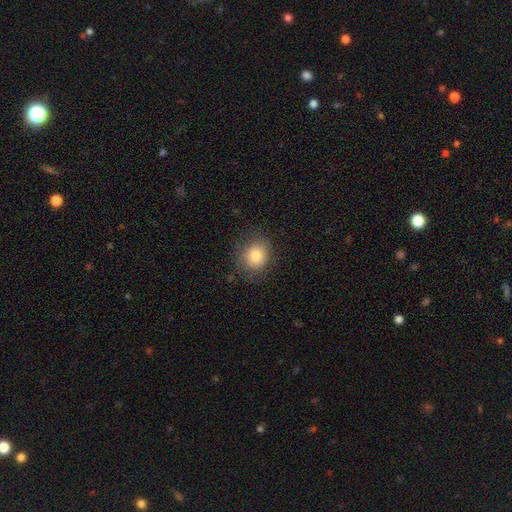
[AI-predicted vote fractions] Smooth or featured? smooth (79%)
How rounded? round (76%)
Merging? none (81%)